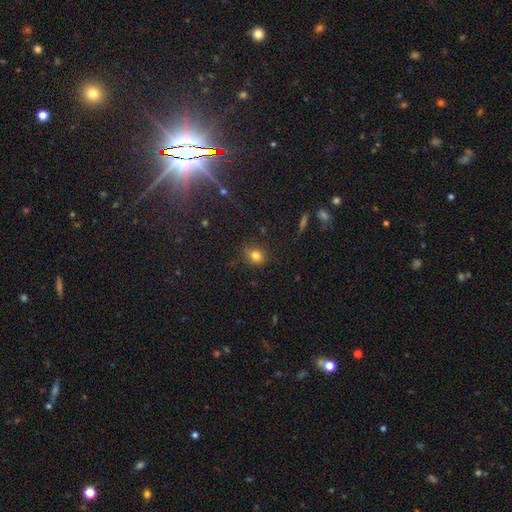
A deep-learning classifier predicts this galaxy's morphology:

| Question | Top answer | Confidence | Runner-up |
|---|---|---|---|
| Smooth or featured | smooth | 79% | star or artifact (14%) |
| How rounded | round | 68% | in between (31%) |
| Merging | none | 78% | minor disturbance (16%) |